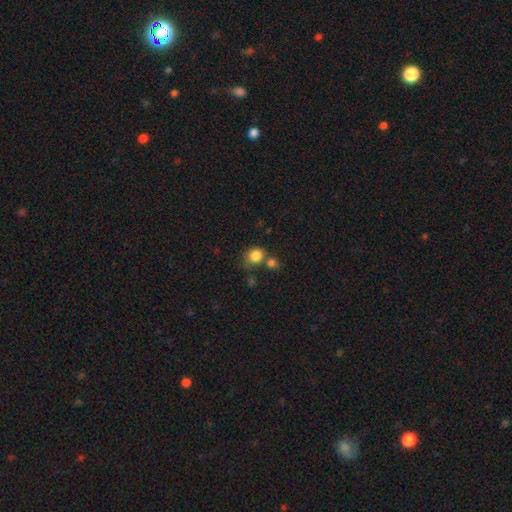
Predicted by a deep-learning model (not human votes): Smooth or featured?
  - smooth: 84% *
  - star or artifact: 11%
  - featured or disk: 6%
How rounded?
  - round: 81% *
  - in between: 18%
  - cigar-shaped: 1%
Merging?
  - none: 60% *
  - merger: 23%
  - minor disturbance: 12%
  - major disturbance: 5%